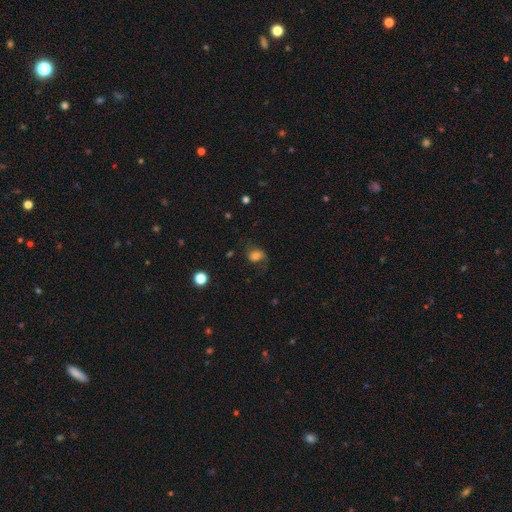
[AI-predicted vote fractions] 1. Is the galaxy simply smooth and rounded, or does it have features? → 62% smooth, 25% featured or disk, 13% star or artifact.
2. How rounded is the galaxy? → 51% in between, 48% round, 1% cigar-shaped.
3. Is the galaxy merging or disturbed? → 50% none, 25% minor disturbance, 23% major disturbance, 2% merger.